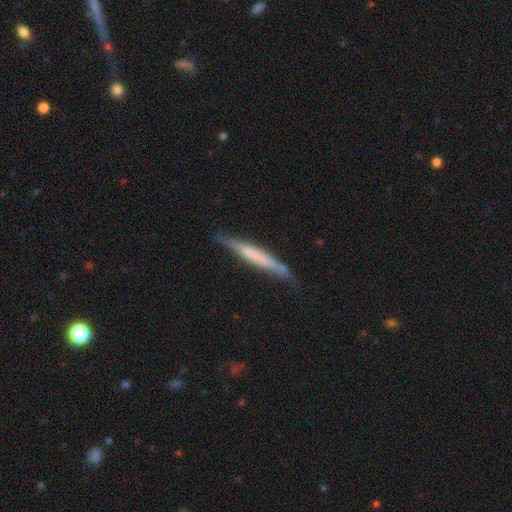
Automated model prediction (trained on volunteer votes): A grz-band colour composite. It shows a featured or disk galaxy (49%). Merging: none (71%).